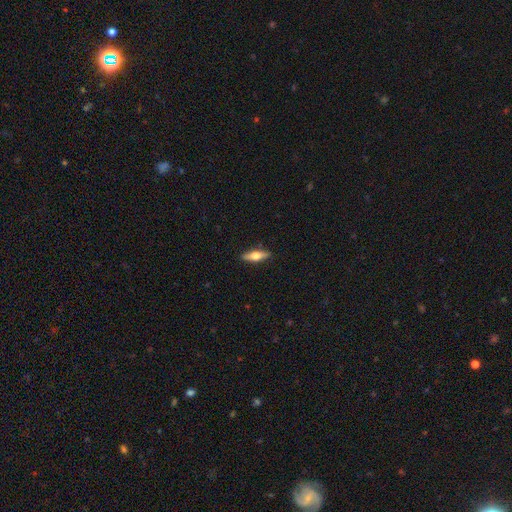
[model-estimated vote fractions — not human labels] Morphology: type=featured or disk (48%); merging=none (90%).